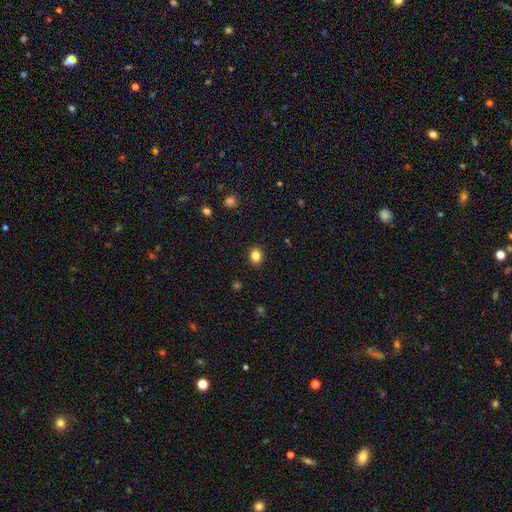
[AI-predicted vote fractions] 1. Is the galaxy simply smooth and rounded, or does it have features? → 83% smooth, 11% star or artifact, 6% featured or disk.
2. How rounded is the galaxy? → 50% round, 49% in between, 1% cigar-shaped.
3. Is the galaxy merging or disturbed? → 89% none, 8% minor disturbance, 2% major disturbance, 1% merger.